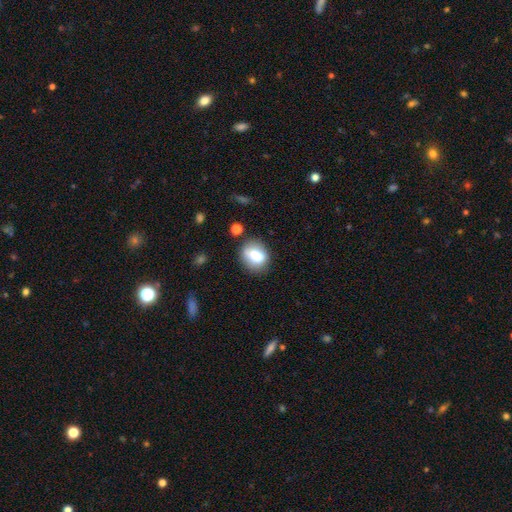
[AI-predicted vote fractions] Q: Smooth or featured?
A: smooth (79%); runner-up: featured or disk (12%)
Q: How rounded?
A: in between (53%); runner-up: round (45%)
Q: Merging?
A: none (71%); runner-up: minor disturbance (18%)